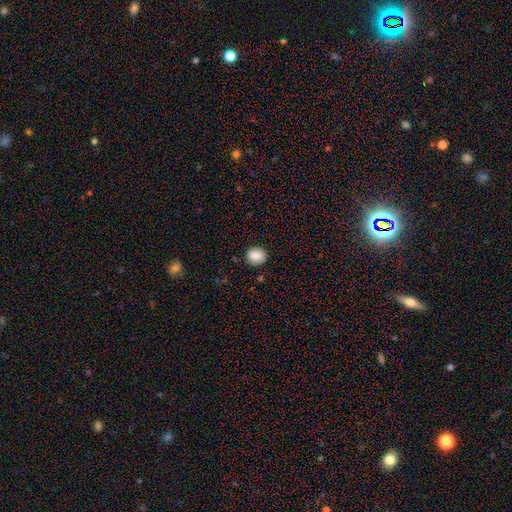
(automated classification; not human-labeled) Smooth or featured: smooth — 84% (star or artifact — 9%)
How rounded: round — 75% (in between — 24%)
Merging: none — 87% (minor disturbance — 10%)